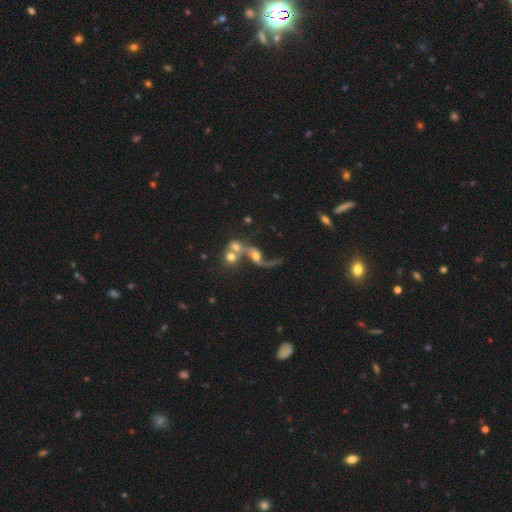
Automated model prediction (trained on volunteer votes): Overall: featured or disk (75%). Edge-on disk: no (94%). Bar: no (57%; weak 30%). Spiral arms: yes (87%). Spiral arm count: 2 (80%). Spiral winding: loose (89%). Bulge size: moderate (55%; small 21%). Merging: merger (44%; none 33%).